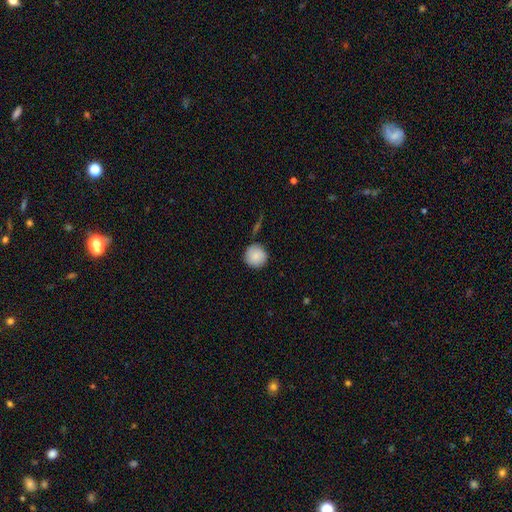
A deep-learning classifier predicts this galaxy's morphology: type=smooth (85%); roundness=round (94%); merging=none (82%).